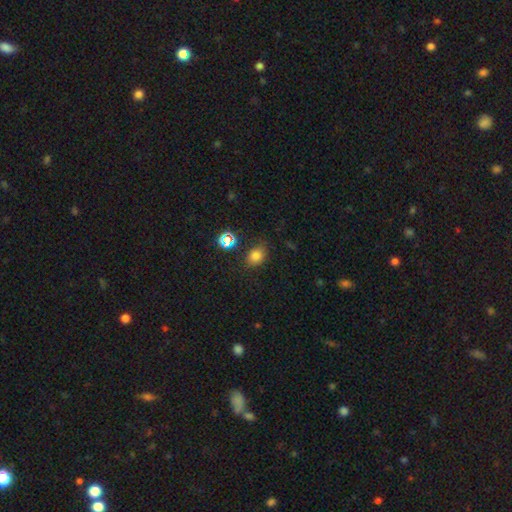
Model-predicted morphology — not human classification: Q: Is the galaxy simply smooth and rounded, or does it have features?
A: smooth — 75%.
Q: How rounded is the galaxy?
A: in between — 59%.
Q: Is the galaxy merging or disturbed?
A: none — 79%.